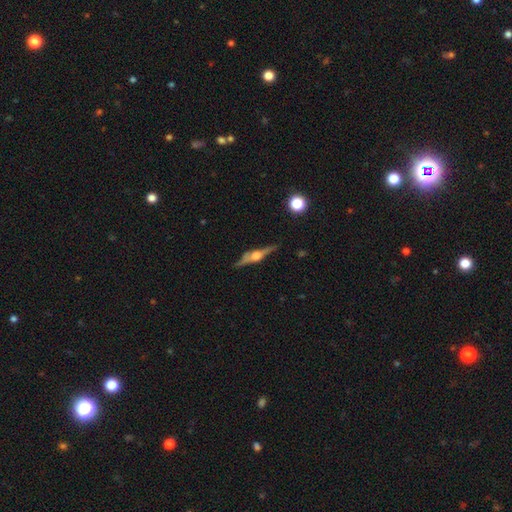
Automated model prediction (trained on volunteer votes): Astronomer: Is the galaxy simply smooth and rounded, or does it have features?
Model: featured or disk — 78%.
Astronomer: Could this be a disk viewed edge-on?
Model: yes — 97%.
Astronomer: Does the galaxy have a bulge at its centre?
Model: rounded — 90%.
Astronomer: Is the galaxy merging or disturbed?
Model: none — 84%.